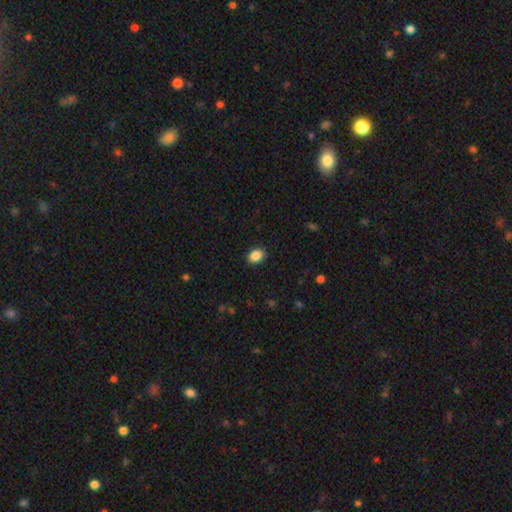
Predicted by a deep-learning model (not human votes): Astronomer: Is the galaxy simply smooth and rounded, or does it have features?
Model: smooth — 88%.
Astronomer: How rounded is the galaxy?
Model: in between — 69%.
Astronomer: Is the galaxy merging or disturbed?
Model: none — 89%.